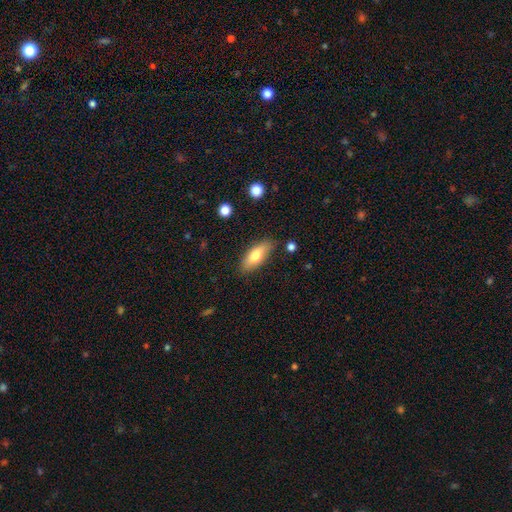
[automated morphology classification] A smooth galaxy with no disk features (73%) that is in between round and cigar-shaped (73%).

Vote fractions:
- Smooth or featured? smooth: 73% / featured or disk: 21% / star or artifact: 6%
- How rounded? in between: 73% / cigar-shaped: 24% / round: 2%
- Merging? none: 82% / minor disturbance: 13% / major disturbance: 3% / merger: 2%